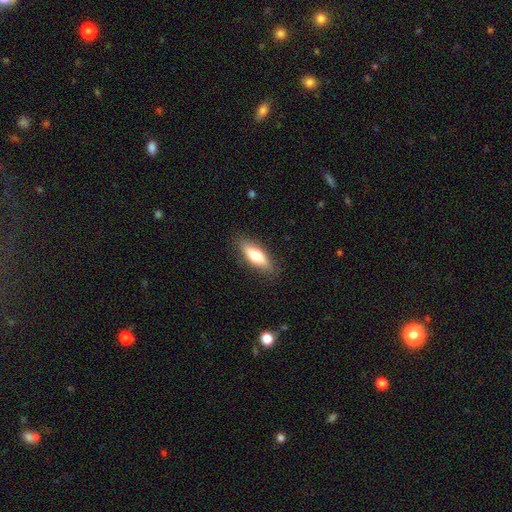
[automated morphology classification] Overall: smooth (70%). How rounded: in between (62%; cigar-shaped 36%). Merging: none (85%).